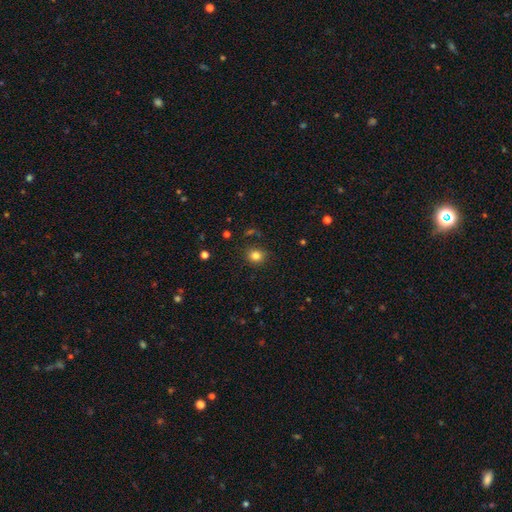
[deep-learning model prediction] Smooth or featured? smooth (82%)
How rounded? round (77%)
Merging? none (84%)